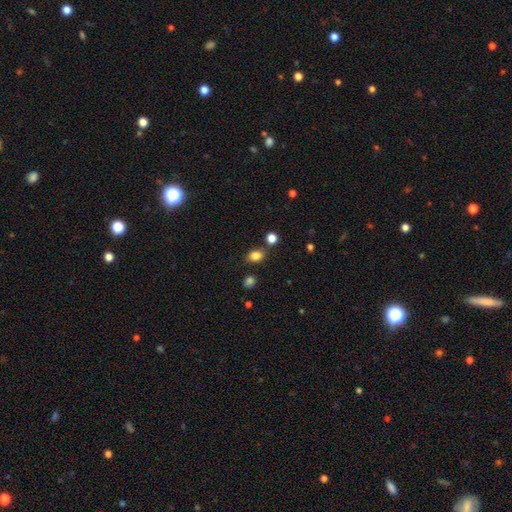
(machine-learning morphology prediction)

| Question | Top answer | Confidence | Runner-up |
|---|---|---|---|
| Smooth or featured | smooth | 82% | star or artifact (12%) |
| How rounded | in between | 60% | round (38%) |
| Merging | none | 77% | minor disturbance (12%) |